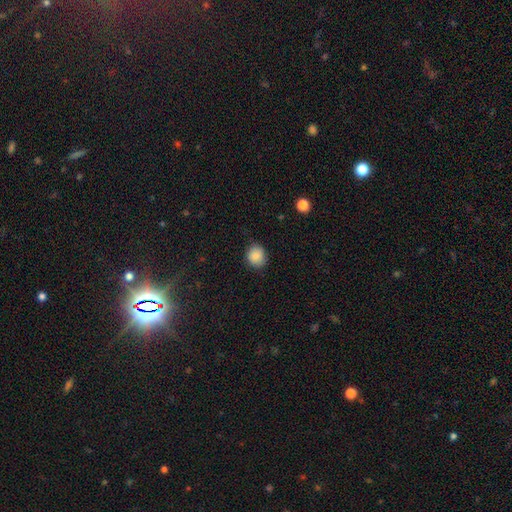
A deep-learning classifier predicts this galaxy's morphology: A smooth galaxy with no disk features (87%) that is round (74%). Merging: none (82%).